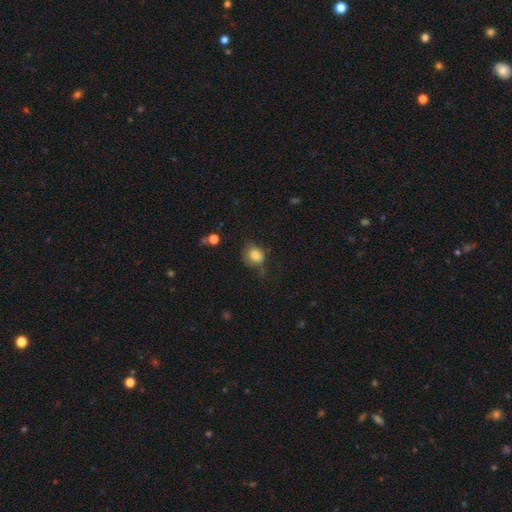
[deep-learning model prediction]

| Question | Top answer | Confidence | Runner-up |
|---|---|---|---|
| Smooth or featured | smooth | 82% | star or artifact (10%) |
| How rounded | round | 63% | in between (36%) |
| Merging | none | 52% | minor disturbance (30%) |